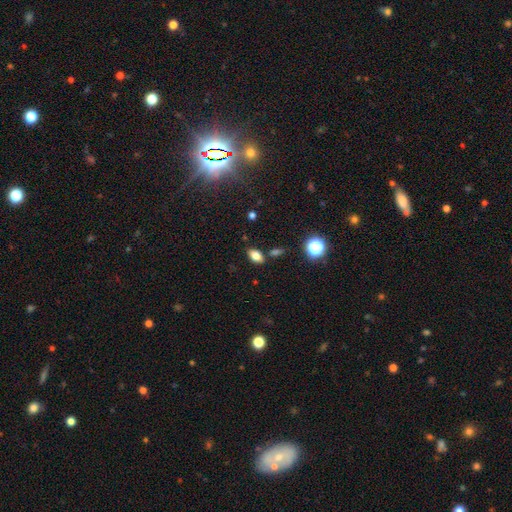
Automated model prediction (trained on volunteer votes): A smooth galaxy with no disk features (78%) that is in between round and cigar-shaped (88%). Merging: none (80%).